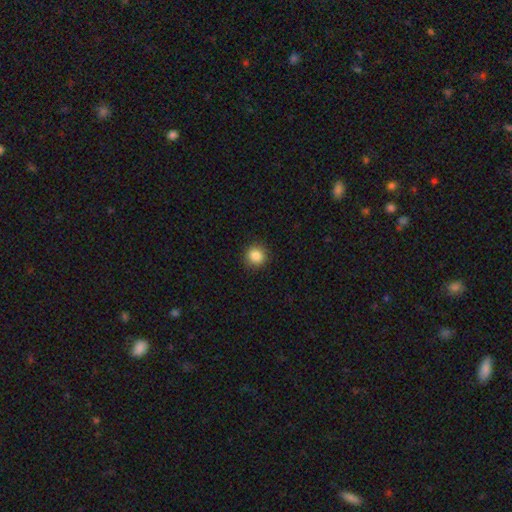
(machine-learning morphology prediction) A smooth galaxy with no disk features (86%) that is round (93%).

Vote fractions:
- Smooth or featured? smooth: 86% / star or artifact: 10% / featured or disk: 4%
- How rounded? round: 93% / in between: 7% / cigar-shaped: 1%
- Merging? none: 90% / minor disturbance: 7% / major disturbance: 2% / merger: 1%